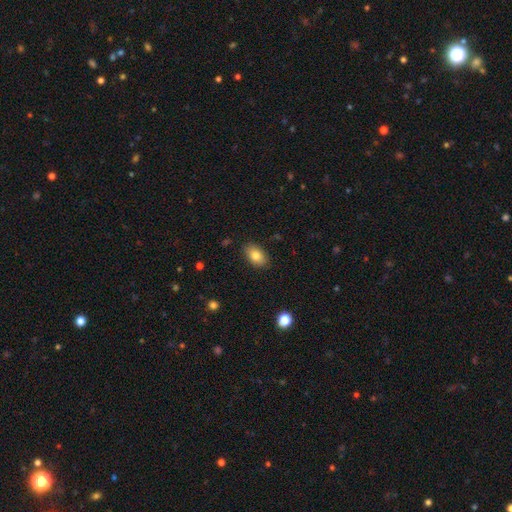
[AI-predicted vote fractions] smooth_or_featured: smooth (p=0.81) [alt: featured or disk p=0.11]
how_rounded: in between (p=0.88) [alt: round p=0.11]
merging: none (p=0.86) [alt: minor disturbance p=0.10]